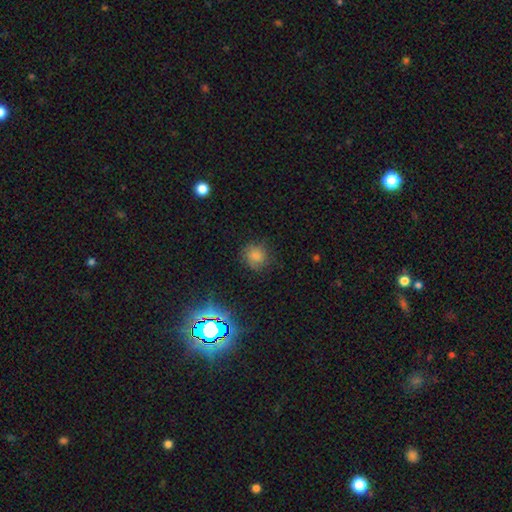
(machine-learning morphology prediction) Overall: smooth (73%). How rounded: round (82%). Merging: none (75%).